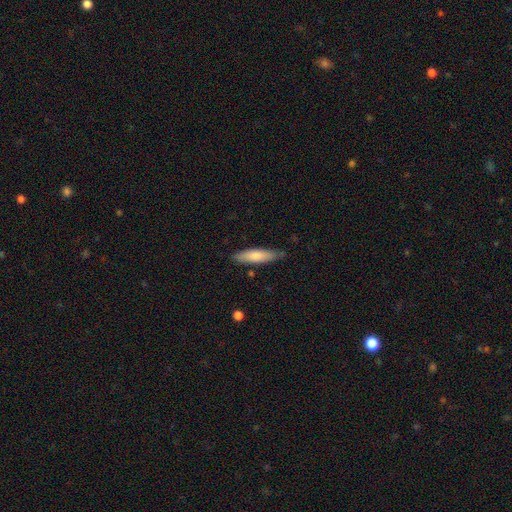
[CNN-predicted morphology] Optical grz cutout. It shows a smooth galaxy with no disk features (78%) that is cigar-shaped (67%). Merging: none (79%).